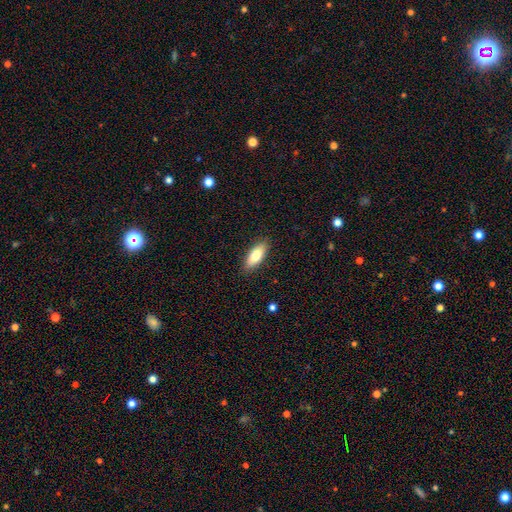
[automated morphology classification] This is likely a smooth galaxy (78%). How rounded: likely in between (73%). Merging: clearly none (88%).